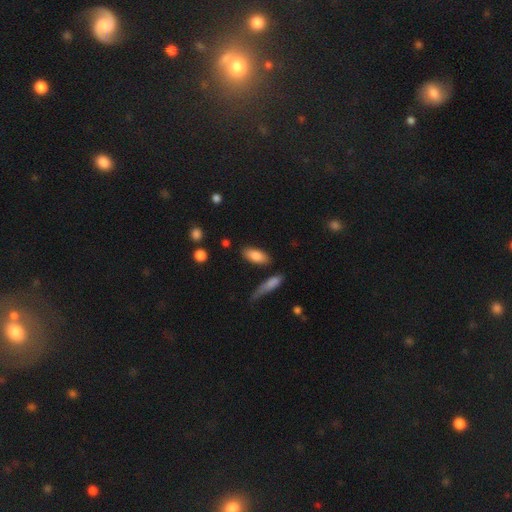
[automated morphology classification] type=smooth (83%); roundness=in between (82%); merging=none (78%).